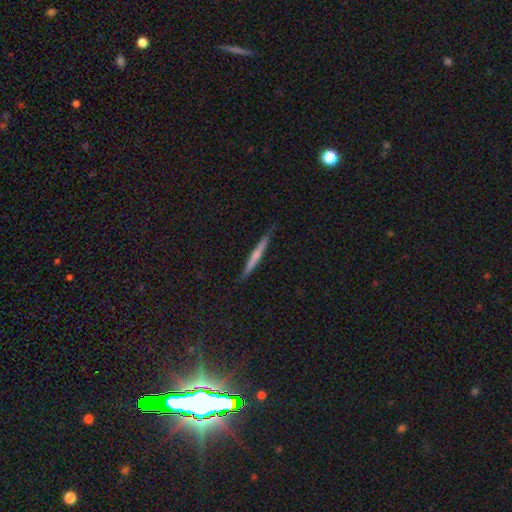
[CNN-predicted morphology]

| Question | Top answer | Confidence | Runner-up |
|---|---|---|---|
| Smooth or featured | smooth | 47% | featured or disk (45%) |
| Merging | none | 88% | minor disturbance (9%) |